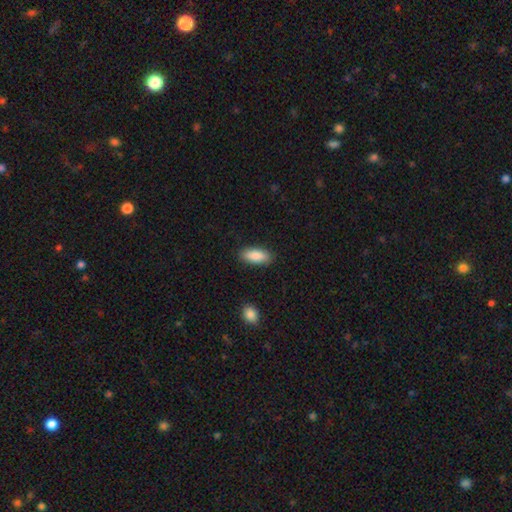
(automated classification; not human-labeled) The model was most divided on "how rounded": in between: 84%, cigar-shaped: 15%, round: 2%. More confident: smooth or featured — smooth (89%); merging — none (87%).